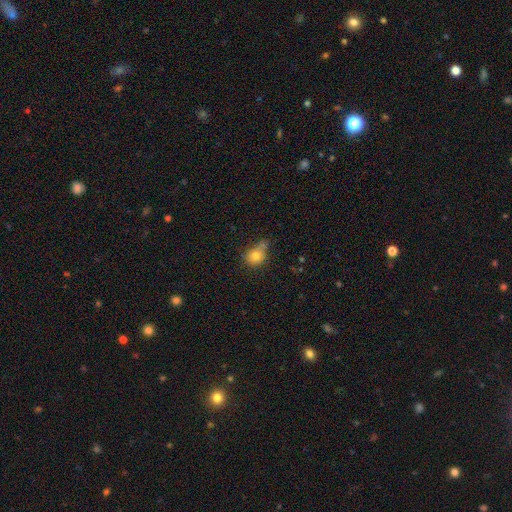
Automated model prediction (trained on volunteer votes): Overall: smooth (77%). How rounded: round (70%). Merging: none (44%; minor disturbance 29%).